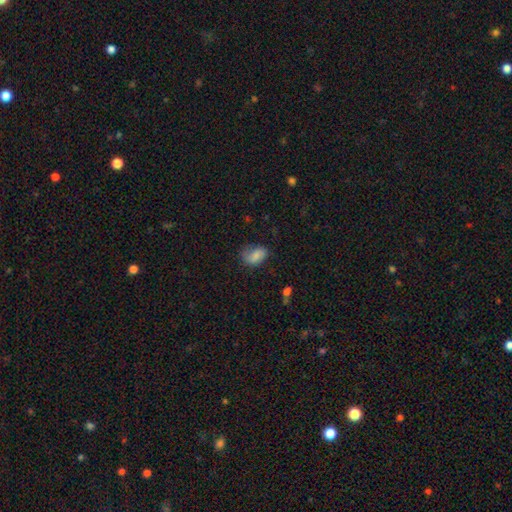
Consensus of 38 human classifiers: smooth-or-featured: smooth: 76% | featured or disk: 16% | star or artifact: 8%
  how-rounded: in between: 83% | round: 17% | cigar-shaped: 0%
  merging: none: 57% | major disturbance: 23% | minor disturbance: 20% | merger: 0%